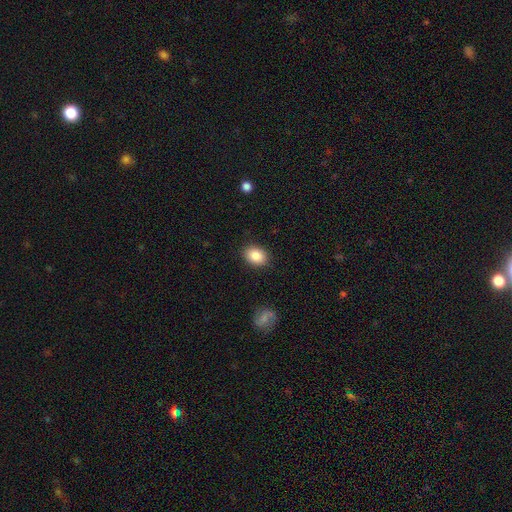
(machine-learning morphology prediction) The model was most divided on "how rounded": in between: 71%, round: 28%, cigar-shaped: 1%. More confident: smooth or featured — smooth (87%); merging — none (87%).